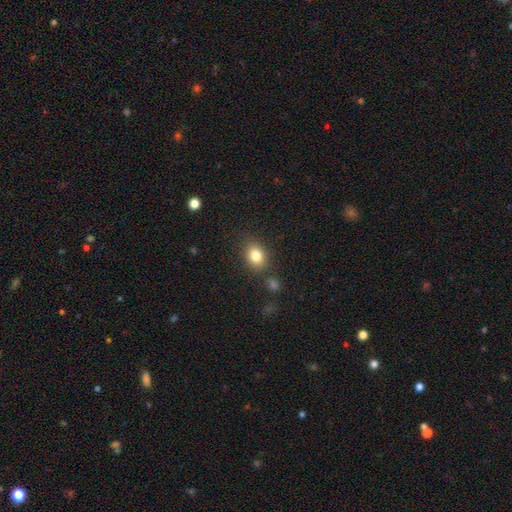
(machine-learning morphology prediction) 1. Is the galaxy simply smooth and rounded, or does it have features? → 82% smooth, 10% star or artifact, 8% featured or disk.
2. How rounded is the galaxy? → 58% in between, 41% round, 1% cigar-shaped.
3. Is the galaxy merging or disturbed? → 80% none, 12% minor disturbance, 5% merger, 4% major disturbance.